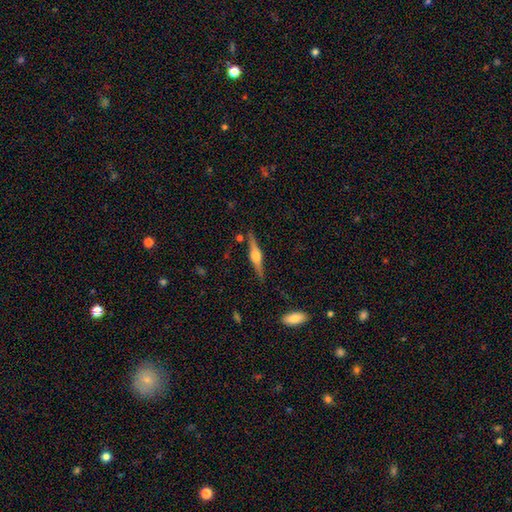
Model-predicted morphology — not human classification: Smooth or featured: featured or disk — 80% (smooth — 14%)
Edge-on disk: yes — 98% (no — 2%)
Edge-on bulge: rounded — 90% (boxy — 8%)
Merging: none — 87% (minor disturbance — 8%)